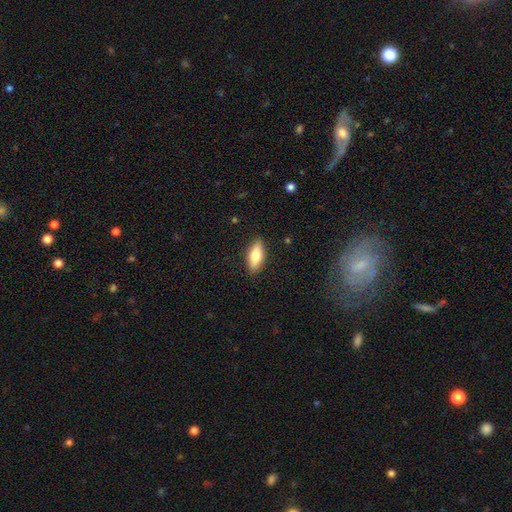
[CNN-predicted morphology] The model was most divided on "smooth or featured": smooth: 74%, featured or disk: 20%, star or artifact: 6%. More confident: merging — none (89%); how rounded — in between (76%).